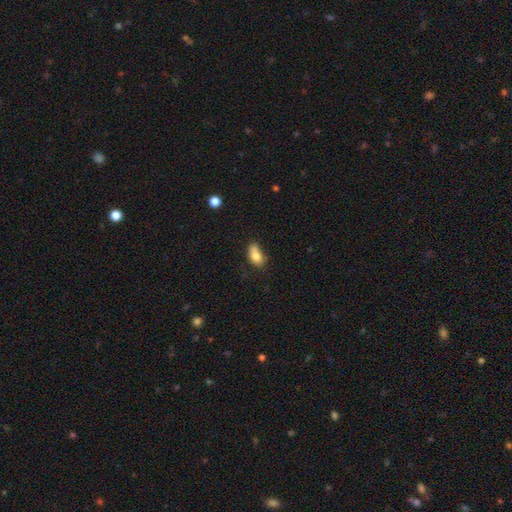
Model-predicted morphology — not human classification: Q: Smooth or featured?
A: smooth (79%); runner-up: featured or disk (13%)
Q: How rounded?
A: in between (86%); runner-up: round (9%)
Q: Merging?
A: none (47%); runner-up: minor disturbance (30%)